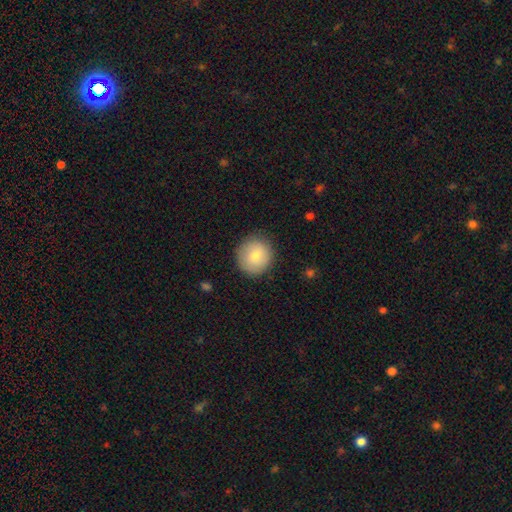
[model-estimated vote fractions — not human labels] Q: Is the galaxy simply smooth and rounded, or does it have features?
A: smooth — 76%.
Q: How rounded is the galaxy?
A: round — 89%.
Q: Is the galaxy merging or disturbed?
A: none — 86%.